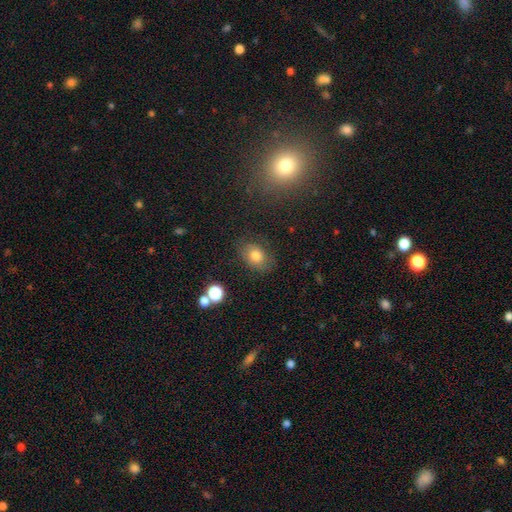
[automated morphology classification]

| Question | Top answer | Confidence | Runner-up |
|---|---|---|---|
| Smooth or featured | smooth | 76% | featured or disk (13%) |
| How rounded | in between | 70% | round (29%) |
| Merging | none | 75% | minor disturbance (17%) |